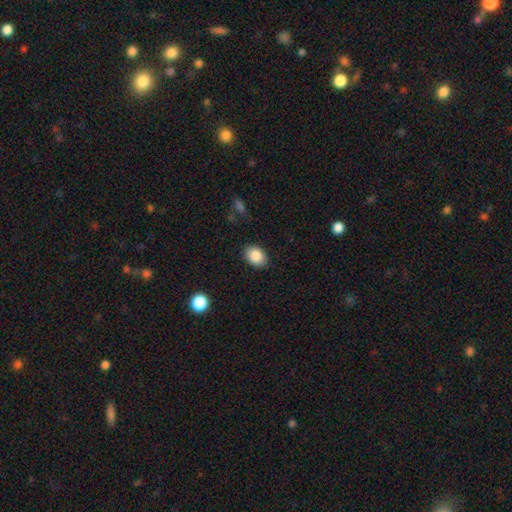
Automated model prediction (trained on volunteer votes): This appears to be a smooth galaxy with no disk features (87%) that is in between round and cigar-shaped (76%). Merging: none (86%).